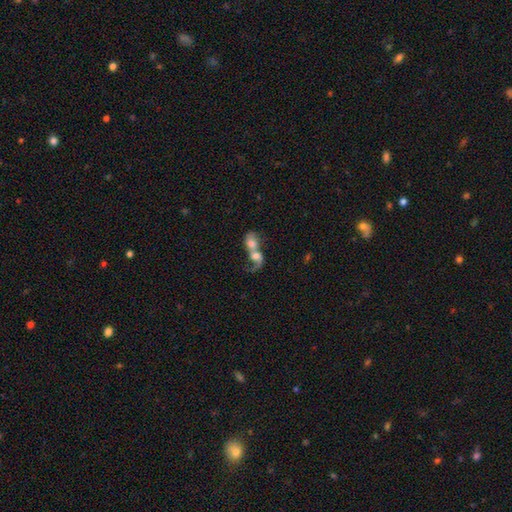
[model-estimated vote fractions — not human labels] This appears to be a smooth galaxy with no disk features (49%). Merging: merger (84%).